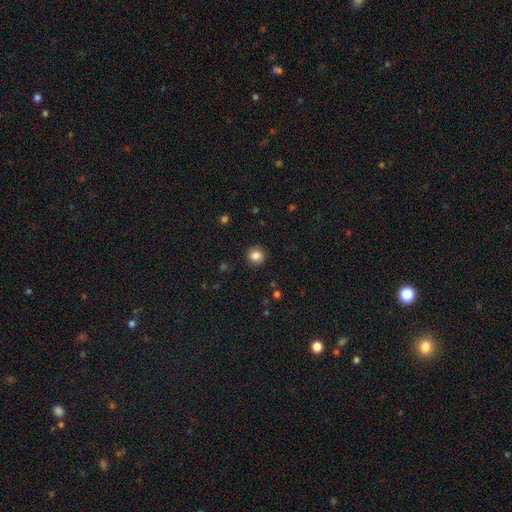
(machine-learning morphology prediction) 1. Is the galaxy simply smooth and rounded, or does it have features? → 85% smooth, 10% star or artifact, 5% featured or disk.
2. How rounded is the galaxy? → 93% round, 6% in between, 1% cigar-shaped.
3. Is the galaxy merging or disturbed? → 92% none, 6% minor disturbance, 2% major disturbance, 1% merger.